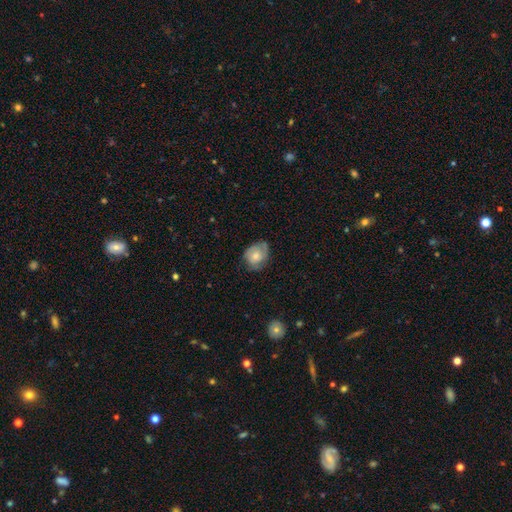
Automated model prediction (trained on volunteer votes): smooth_or_featured: smooth (p=0.57) [alt: featured or disk p=0.35]
how_rounded: round (p=0.52) [alt: in between p=0.47]
merging: none (p=0.56) [alt: minor disturbance p=0.32]